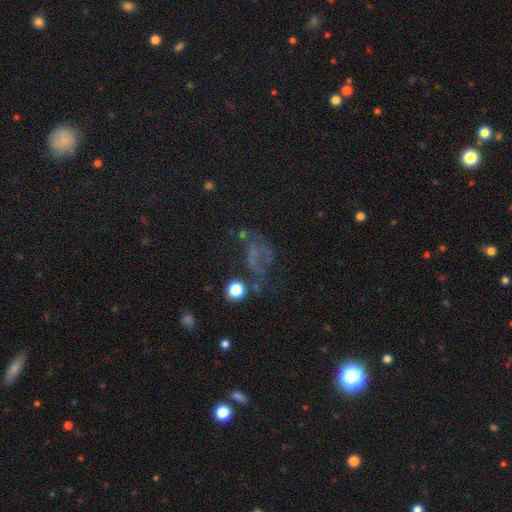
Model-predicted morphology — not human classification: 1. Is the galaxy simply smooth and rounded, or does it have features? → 38% featured or disk, 36% star or artifact, 26% smooth.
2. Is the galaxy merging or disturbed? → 41% major disturbance, 34% none, 17% minor disturbance, 8% merger.